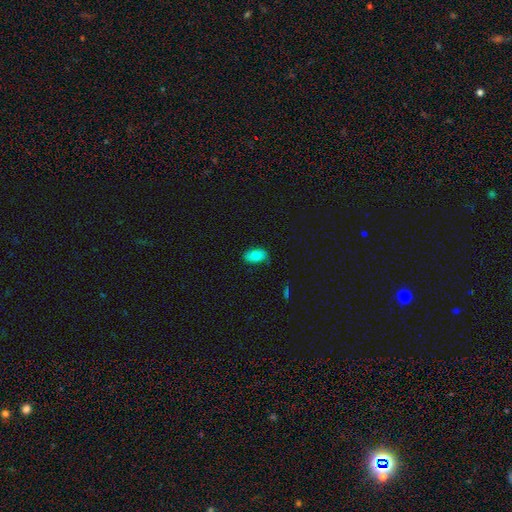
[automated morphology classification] Q: Smooth or featured?
A: smooth (81%); runner-up: featured or disk (11%)
Q: How rounded?
A: in between (92%); runner-up: round (6%)
Q: Merging?
A: none (76%); runner-up: minor disturbance (19%)